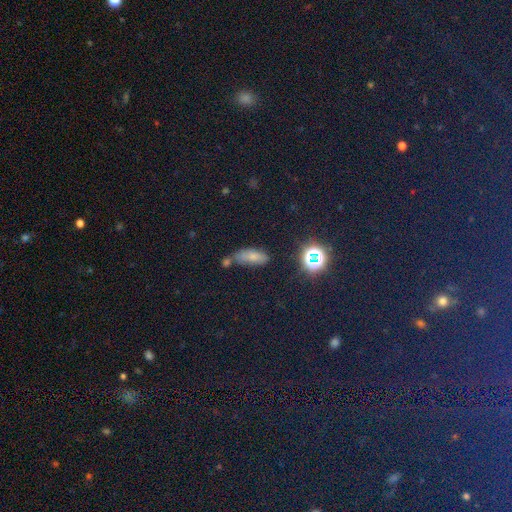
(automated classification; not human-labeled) smooth_or_featured: smooth (p=0.44) [alt: star or artifact p=0.43]
merging: none (p=0.67) [alt: minor disturbance p=0.17]